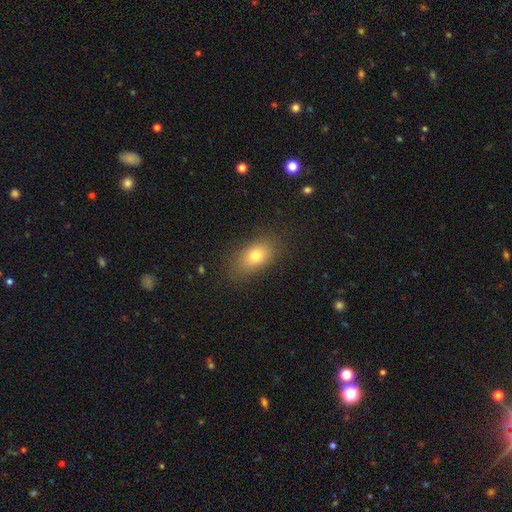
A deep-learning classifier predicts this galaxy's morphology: A smooth galaxy with no disk features (76%) that is in between round and cigar-shaped (83%).

Vote fractions:
- Smooth or featured? smooth: 76% / featured or disk: 13% / star or artifact: 11%
- How rounded? in between: 83% / round: 14% / cigar-shaped: 4%
- Merging? none: 83% / minor disturbance: 12% / major disturbance: 4% / merger: 1%